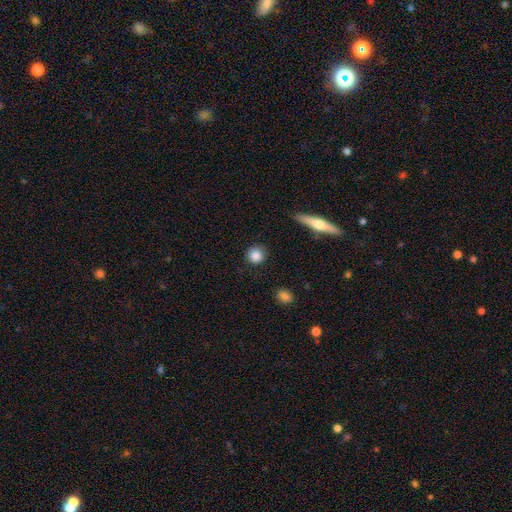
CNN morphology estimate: Smooth or featured?
  - smooth: 86% *
  - star or artifact: 8%
  - featured or disk: 6%
How rounded?
  - round: 91% *
  - in between: 7%
  - cigar-shaped: 2%
Merging?
  - none: 86% *
  - minor disturbance: 9%
  - major disturbance: 3%
  - merger: 2%